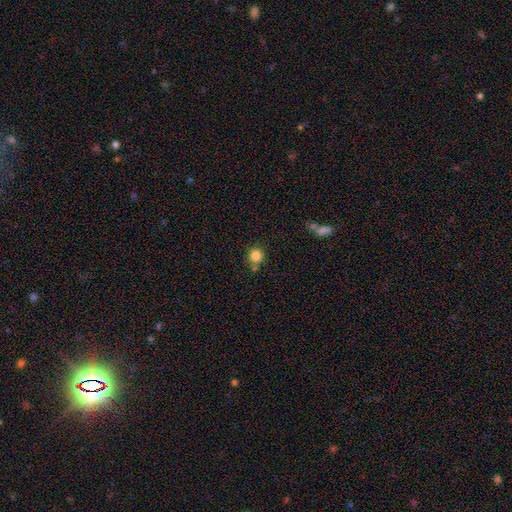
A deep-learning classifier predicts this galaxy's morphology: smooth-or-featured: smooth: 84% | star or artifact: 11% | featured or disk: 5%
  how-rounded: round: 92% | in between: 7% | cigar-shaped: 1%
  merging: none: 71% | merger: 14% | minor disturbance: 11% | major disturbance: 3%